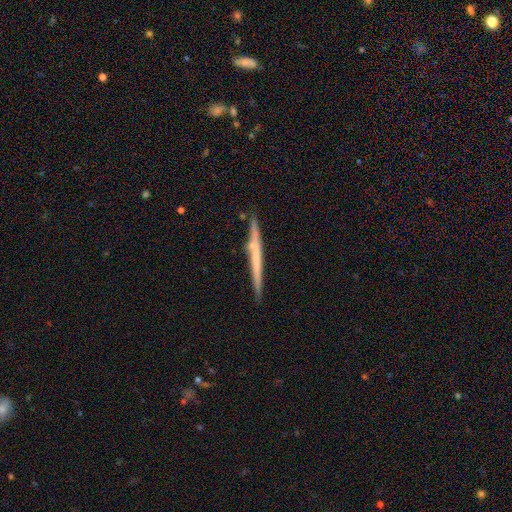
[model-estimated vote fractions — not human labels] smooth_or_featured: featured or disk (p=0.55) [alt: smooth p=0.40]
disk_edge_on: yes (p=0.97) [alt: no p=0.03]
edge_on_bulge: none (p=0.84) [alt: rounded p=0.10]
merging: none (p=0.86) [alt: minor disturbance p=0.10]